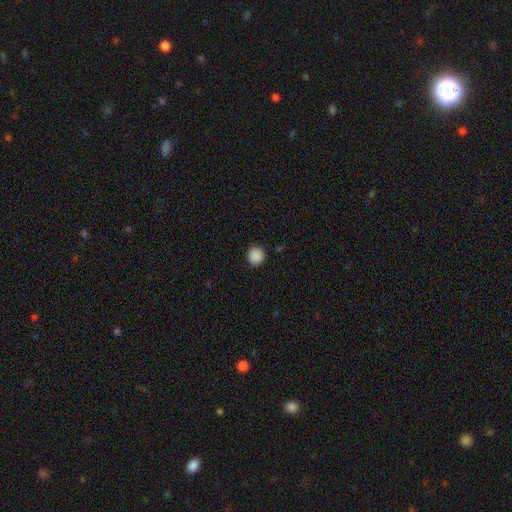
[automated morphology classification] Smooth or featured: smooth — 89% (star or artifact — 9%)
How rounded: round — 92% (in between — 7%)
Merging: none — 91% (minor disturbance — 6%)